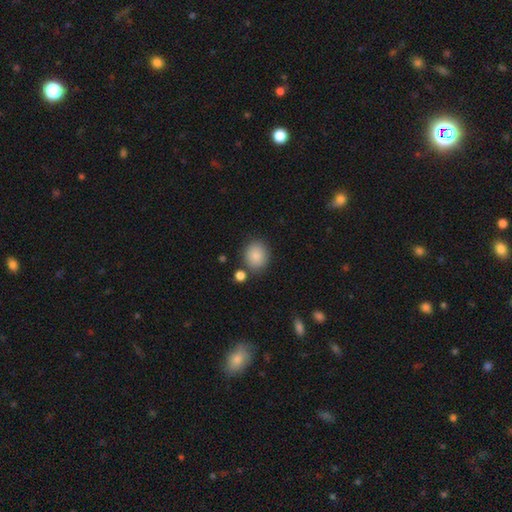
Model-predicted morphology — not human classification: Smooth or featured? Predicted: smooth (p=0.87). How rounded? Predicted: round (p=0.63). Merging? Predicted: none (p=0.79).